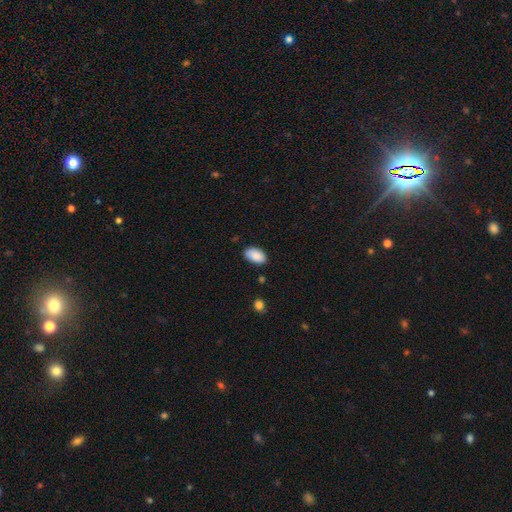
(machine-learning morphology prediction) Smooth or featured? Predicted: smooth (p=0.88). How rounded? Predicted: in between (p=0.95). Merging? Predicted: none (p=0.82).